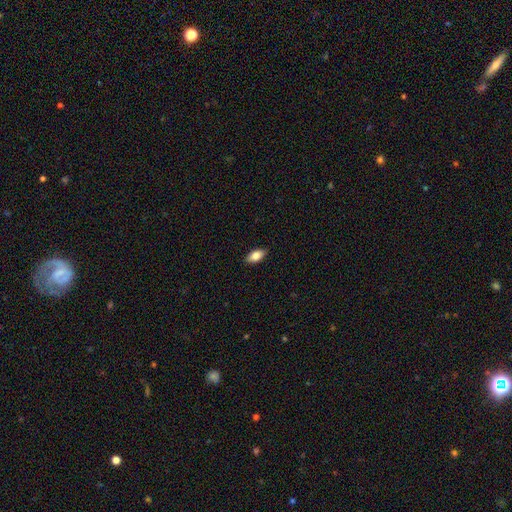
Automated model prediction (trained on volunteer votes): Smooth or featured?
  - smooth: 83% *
  - featured or disk: 10%
  - star or artifact: 7%
How rounded?
  - in between: 91% *
  - cigar-shaped: 6%
  - round: 4%
Merging?
  - none: 89% *
  - minor disturbance: 8%
  - major disturbance: 2%
  - merger: 1%